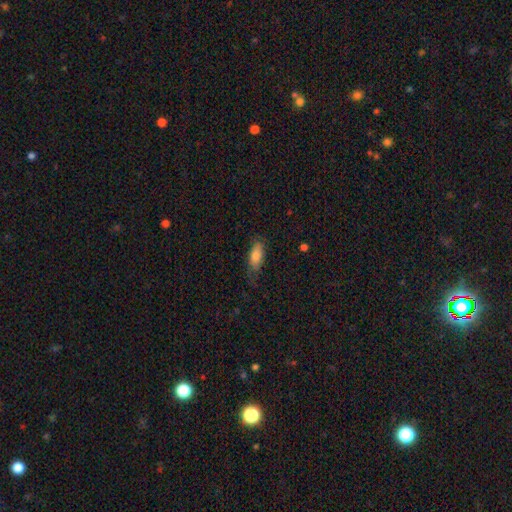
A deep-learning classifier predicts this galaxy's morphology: smooth 77%, featured or disk 16%, star or artifact 7%. Down the decision tree: how rounded — in between (81%); merging — none (61%).